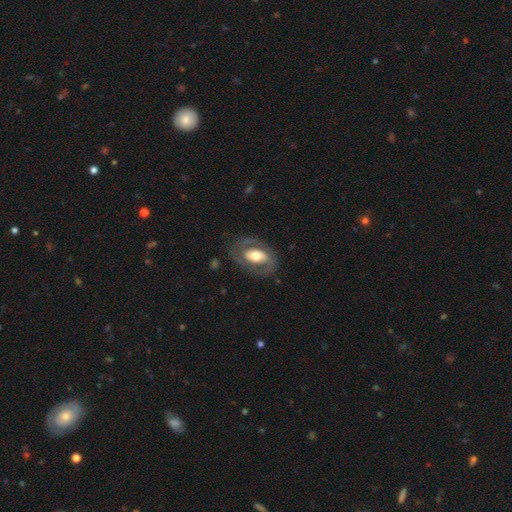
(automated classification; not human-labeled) A featured or disk galaxy (64%) with no bar (55%), spiral arms (56%) and a moderate central bulge (58%).

Vote fractions:
- Smooth or featured? featured or disk: 64% / smooth: 30% / star or artifact: 5%
- Edge-on disk? no: 94% / yes: 6%
- Bar? no: 55% / weak: 26% / strong: 19%
- Spiral arms? yes: 56% / no: 44%
- Bulge size? moderate: 58% / large: 29% / small: 10% / dominant: 3% / none: 1%
- Merging? none: 72% / minor disturbance: 16% / major disturbance: 11% / merger: 1%